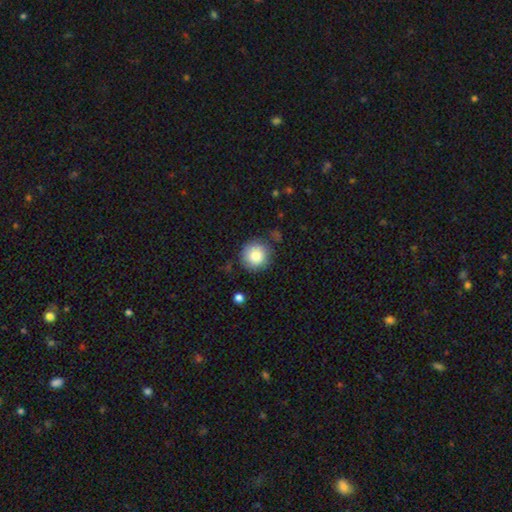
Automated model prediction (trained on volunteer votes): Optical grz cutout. It shows a smooth galaxy with no disk features (85%) that is round (92%). Merging: none (78%).